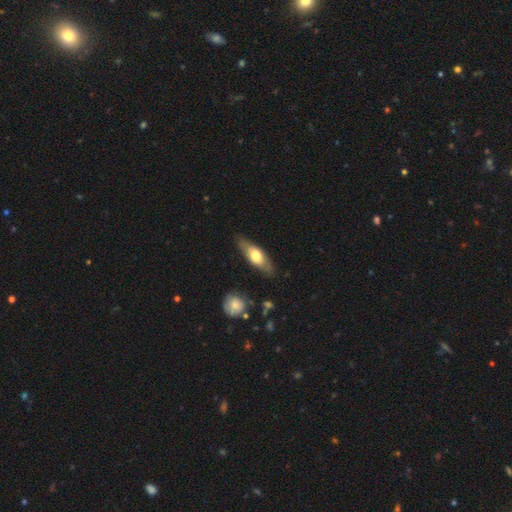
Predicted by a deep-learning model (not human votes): Smooth or featured: smooth — 54% (featured or disk — 41%)
How rounded: in between — 64% (cigar-shaped — 33%)
Merging: none — 80% (minor disturbance — 15%)